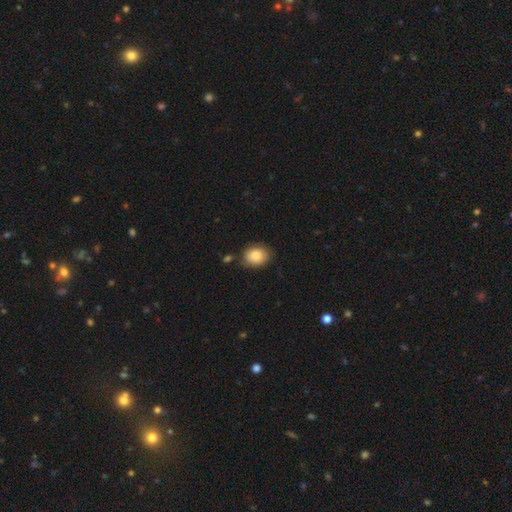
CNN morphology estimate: The model was most divided on "how rounded": in between: 61%, round: 38%, cigar-shaped: 1%. More confident: smooth or featured — smooth (86%); merging — none (75%).